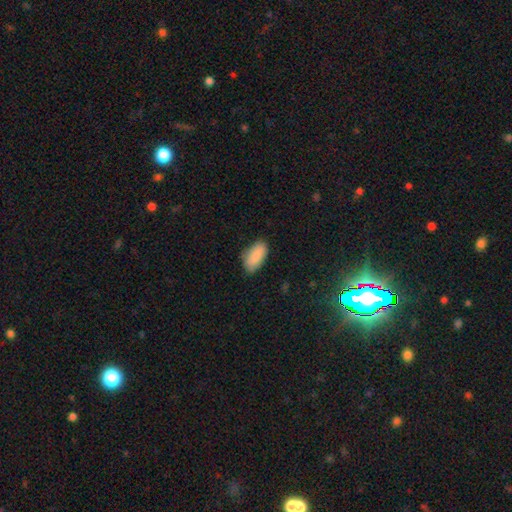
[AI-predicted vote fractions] Smooth or featured? smooth (88%)
How rounded? in between (93%)
Merging? none (75%)